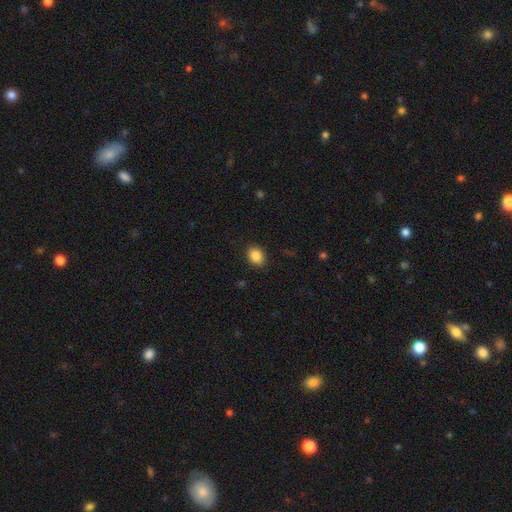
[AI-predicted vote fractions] smooth_or_featured: smooth (p=0.87) [alt: star or artifact p=0.09]
how_rounded: in between (p=0.50) [alt: round p=0.49]
merging: none (p=0.89) [alt: minor disturbance p=0.08]